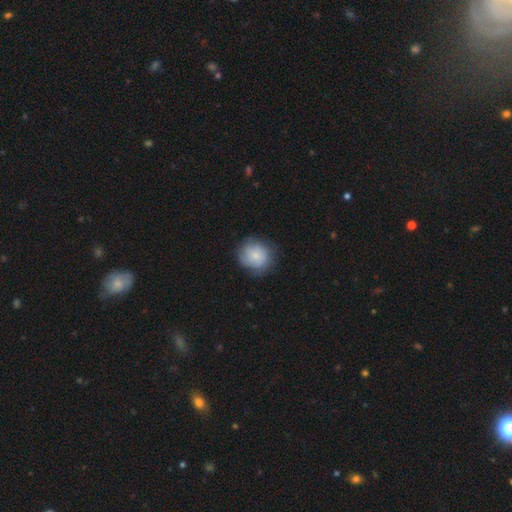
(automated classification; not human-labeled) Overall: smooth (71%). How rounded: round (87%). Merging: none (74%).